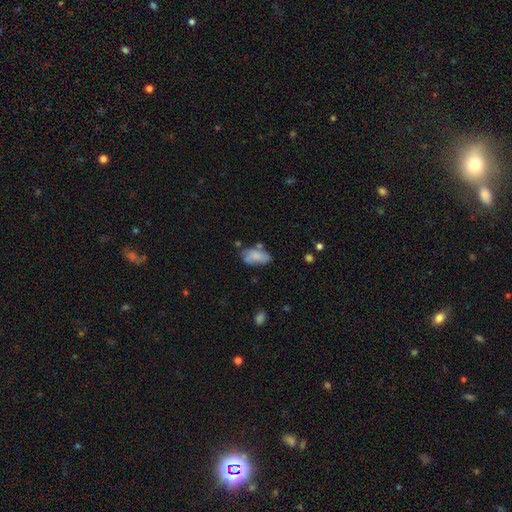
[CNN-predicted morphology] Q: Smooth or featured?
A: smooth (76%); runner-up: featured or disk (16%)
Q: How rounded?
A: in between (91%); runner-up: cigar-shaped (5%)
Q: Merging?
A: none (49%); runner-up: minor disturbance (29%)